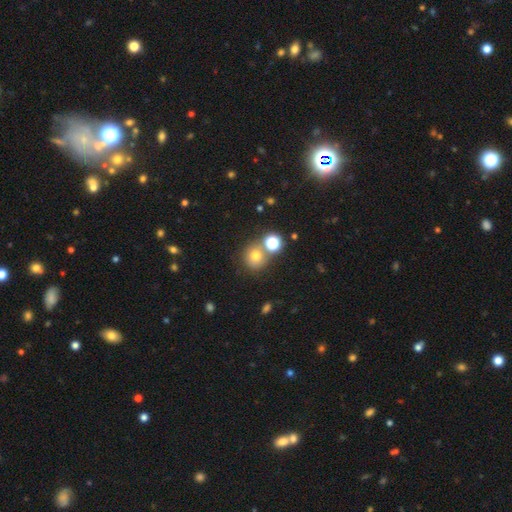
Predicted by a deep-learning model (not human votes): The model was most divided on "merging": none: 64%, merger: 23%, minor disturbance: 9%, major disturbance: 4%. More confident: how rounded — round (88%); smooth or featured — smooth (73%).